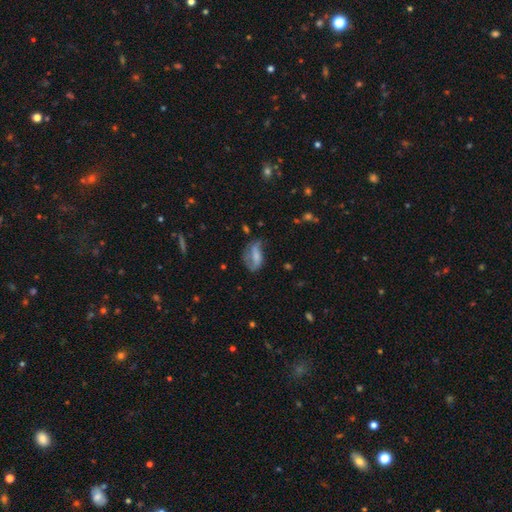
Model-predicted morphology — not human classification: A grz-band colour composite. It shows a featured or disk galaxy (47%). Merging: none (36%).